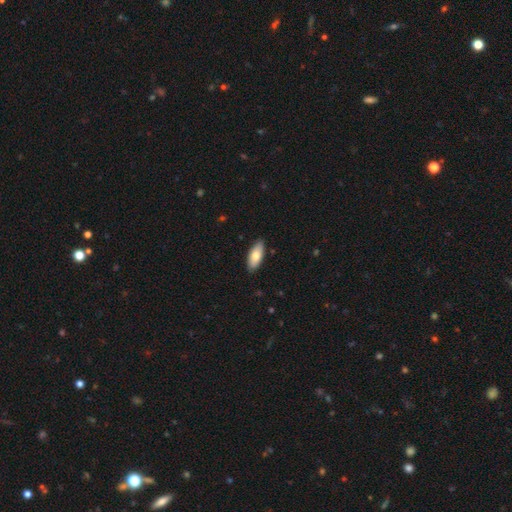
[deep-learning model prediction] The model was most divided on "smooth or featured": smooth: 75%, featured or disk: 19%, star or artifact: 6%. More confident: merging — none (89%); how rounded — in between (83%).